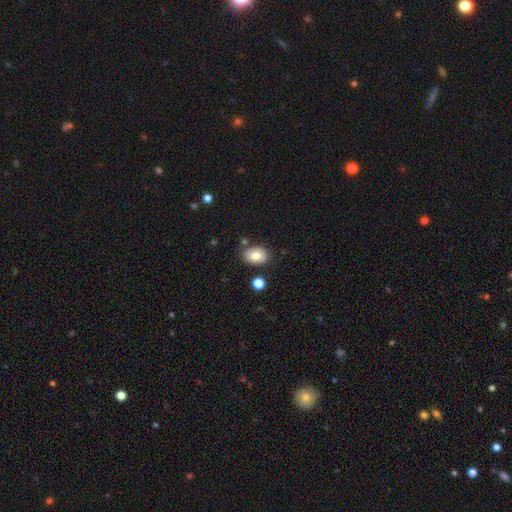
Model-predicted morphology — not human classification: smooth_or_featured: smooth (p=0.79) [alt: featured or disk p=0.12]
how_rounded: in between (p=0.73) [alt: round p=0.26]
merging: none (p=0.77) [alt: minor disturbance p=0.14]